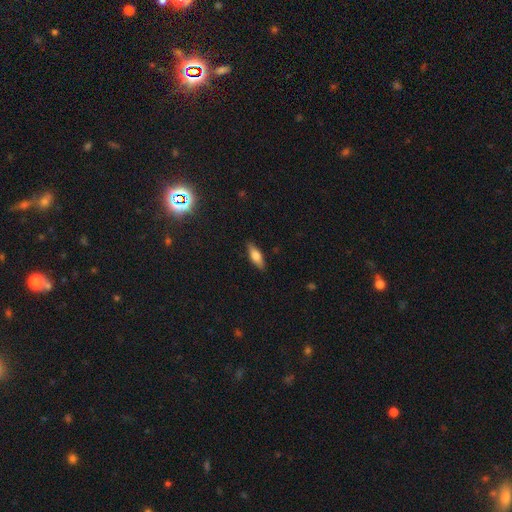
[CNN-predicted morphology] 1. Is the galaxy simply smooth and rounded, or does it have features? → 62% smooth, 31% featured or disk, 7% star or artifact.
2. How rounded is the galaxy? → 58% in between, 39% cigar-shaped, 3% round.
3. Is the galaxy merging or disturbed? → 87% none, 10% minor disturbance, 2% major disturbance, 1% merger.